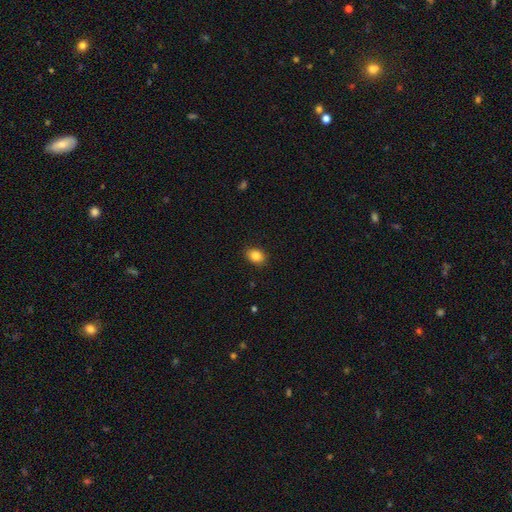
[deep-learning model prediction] Morphology: type=smooth (85%); roundness=in between (67%); merging=none (88%).